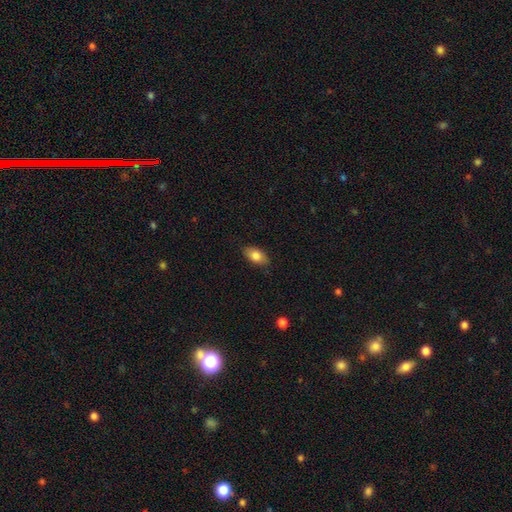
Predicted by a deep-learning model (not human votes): A smooth galaxy with no disk features (83%) that is in between round and cigar-shaped (91%).

Vote fractions:
- Smooth or featured? smooth: 83% / featured or disk: 11% / star or artifact: 7%
- How rounded? in between: 91% / round: 5% / cigar-shaped: 3%
- Merging? none: 83% / minor disturbance: 14% / major disturbance: 2% / merger: 1%